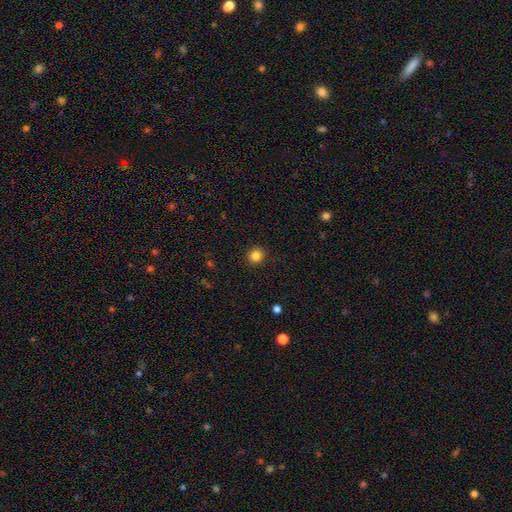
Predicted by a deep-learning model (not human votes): A smooth galaxy with no disk features (84%) that is round (87%). Merging: none (91%).